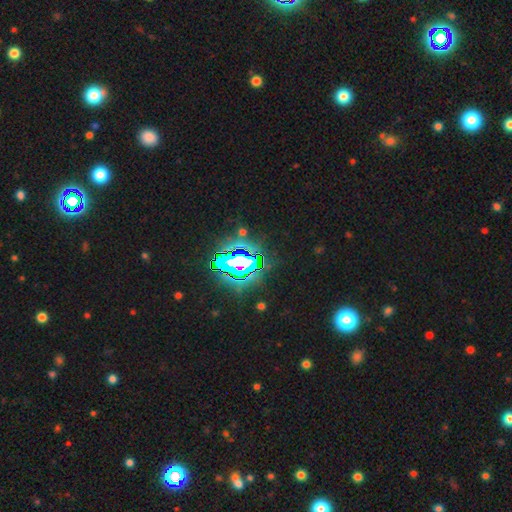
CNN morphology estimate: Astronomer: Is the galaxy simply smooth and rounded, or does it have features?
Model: star or artifact — 78%.